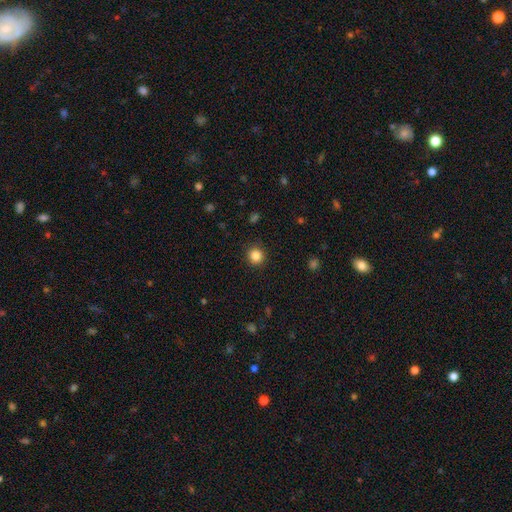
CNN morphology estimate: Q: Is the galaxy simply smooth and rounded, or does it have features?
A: smooth — 85%.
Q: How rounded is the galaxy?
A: round — 92%.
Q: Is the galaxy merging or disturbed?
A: none — 91%.